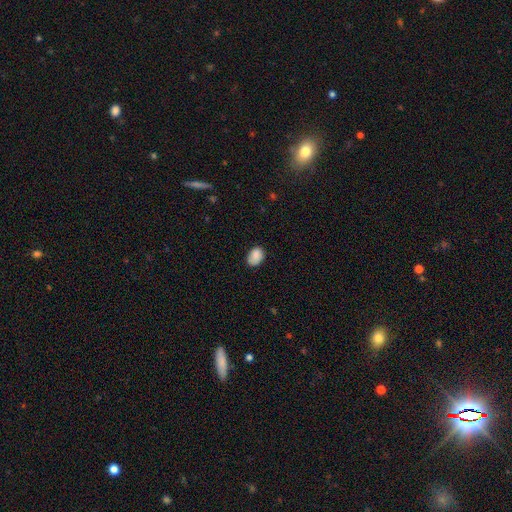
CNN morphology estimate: Smooth or featured? smooth (86%)
How rounded? in between (76%)
Merging? none (70%)